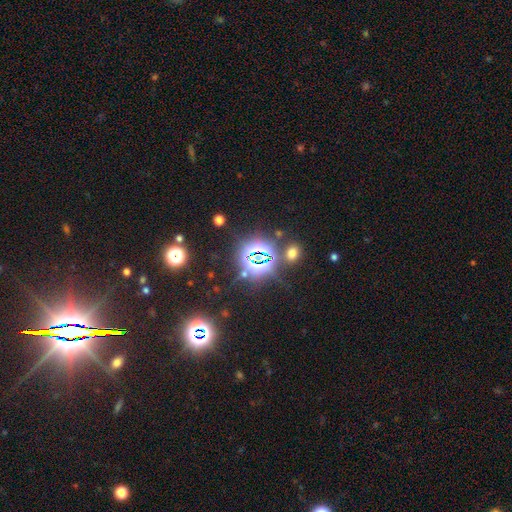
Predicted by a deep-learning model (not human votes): A star or artifact, not a galaxy (84%).

Vote fractions:
- Smooth or featured? star or artifact: 84% / smooth: 9% / featured or disk: 7%